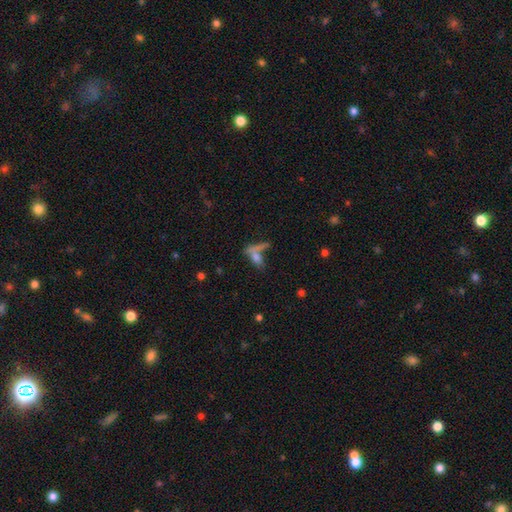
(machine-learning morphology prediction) This appears to be a smooth galaxy with no disk features (66%) that is in between round and cigar-shaped (50%). Merging: none (40%).